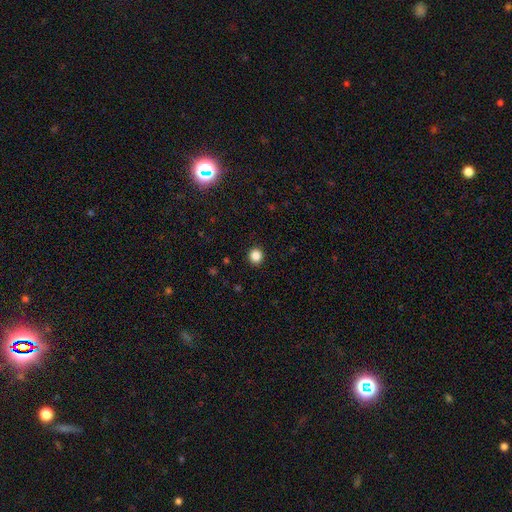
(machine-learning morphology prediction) The model was most divided on "smooth or featured": smooth: 86%, star or artifact: 11%, featured or disk: 3%. More confident: merging — none (93%); how rounded — round (92%).